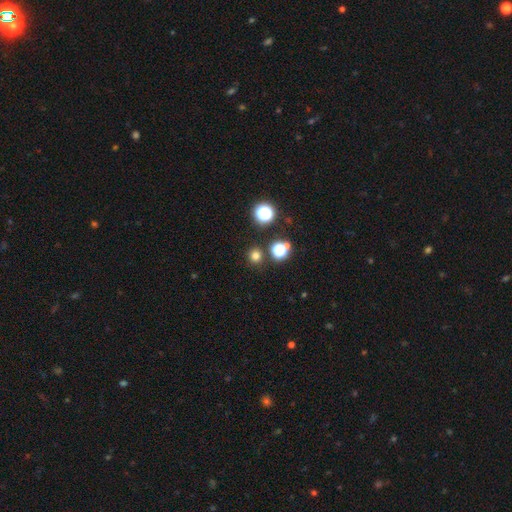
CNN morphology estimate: A smooth galaxy with no disk features (74%) that is round (93%).

Vote fractions:
- Smooth or featured? smooth: 74% / star or artifact: 21% / featured or disk: 5%
- How rounded? round: 93% / in between: 6% / cigar-shaped: 1%
- Merging? none: 87% / minor disturbance: 6% / merger: 5% / major disturbance: 3%